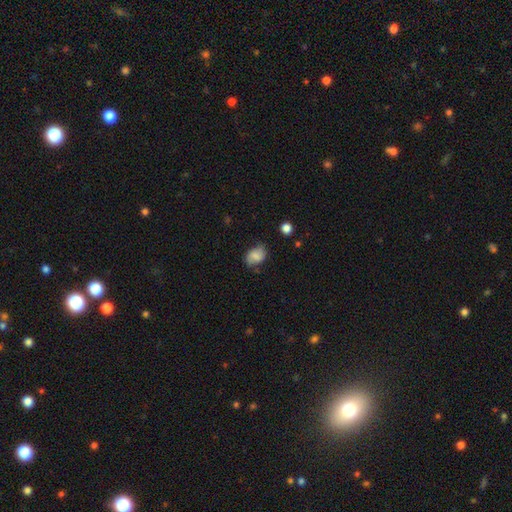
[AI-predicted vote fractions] Smooth or featured? Predicted: smooth (p=0.72). How rounded? Predicted: in between (p=0.79). Merging? Predicted: none (p=0.65).